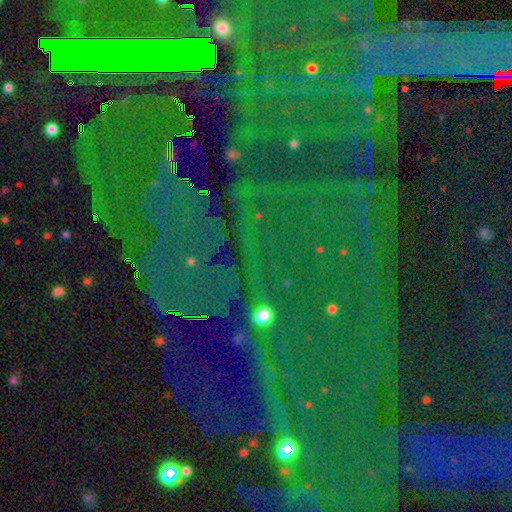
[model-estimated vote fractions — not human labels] A star or artifact, not a galaxy (86%).

Vote fractions:
- Smooth or featured? star or artifact: 86% / featured or disk: 7% / smooth: 7%